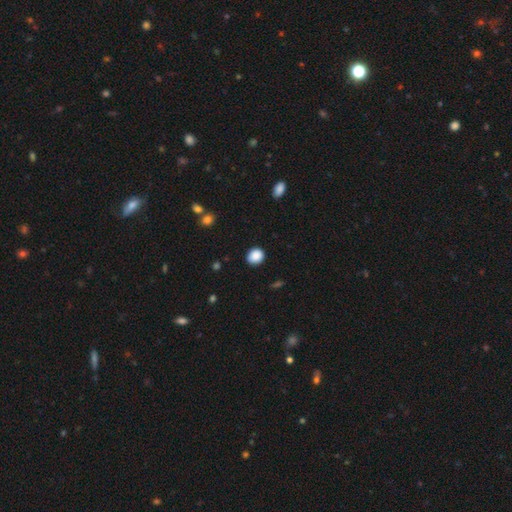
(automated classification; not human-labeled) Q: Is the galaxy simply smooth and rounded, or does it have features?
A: smooth — 89%.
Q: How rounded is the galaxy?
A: round — 72%.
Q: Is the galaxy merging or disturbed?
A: none — 88%.